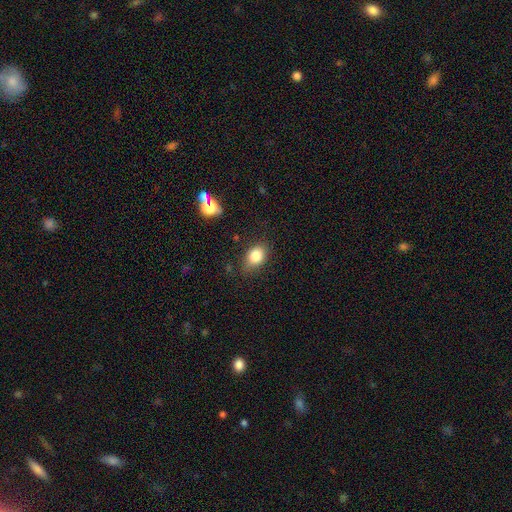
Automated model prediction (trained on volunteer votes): smooth_or_featured: smooth (p=0.82) [alt: star or artifact p=0.10]
how_rounded: in between (p=0.74) [alt: round p=0.24]
merging: none (p=0.75) [alt: minor disturbance p=0.19]